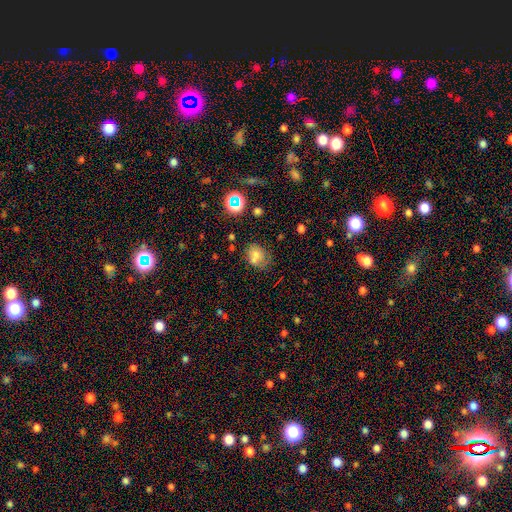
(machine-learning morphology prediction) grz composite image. It shows a smooth galaxy with no disk features (69%) that is round (55%). Merging: none (56%).